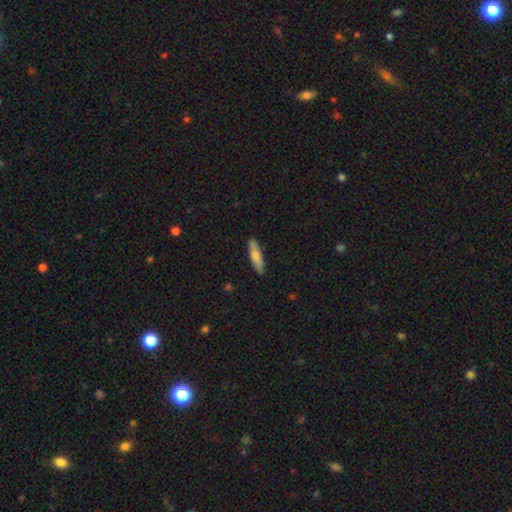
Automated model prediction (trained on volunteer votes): Overall: smooth (76%). How rounded: cigar-shaped (79%). Merging: none (85%).